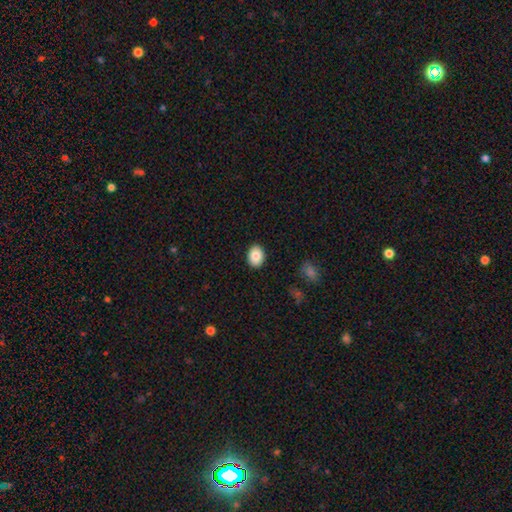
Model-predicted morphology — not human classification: Smooth or featured? Predicted: smooth (p=0.84). How rounded? Predicted: in between (p=0.71). Merging? Predicted: none (p=0.89).